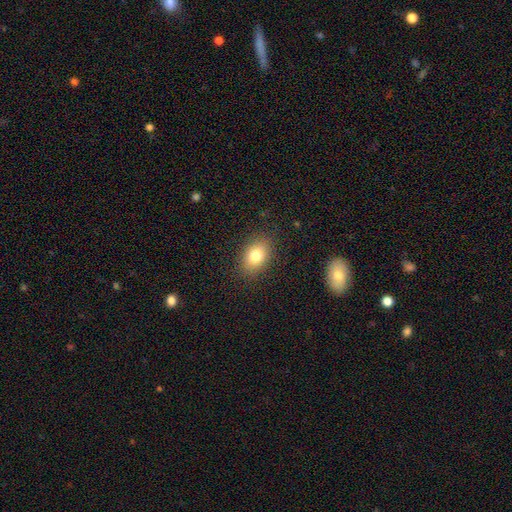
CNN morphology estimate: type=smooth (80%); roundness=in between (81%); merging=none (86%).